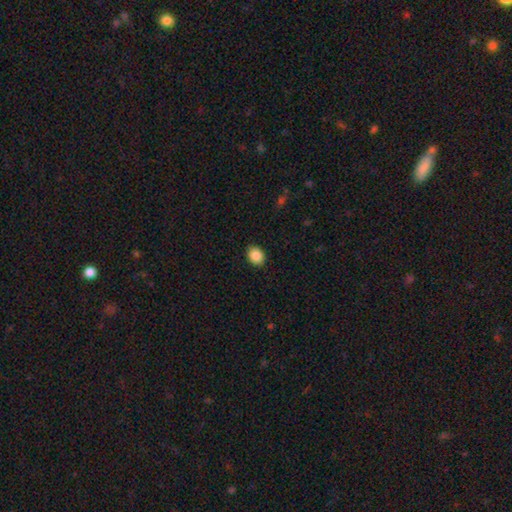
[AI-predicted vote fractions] Morphology: type=smooth (88%); roundness=in between (58%); merging=none (89%).